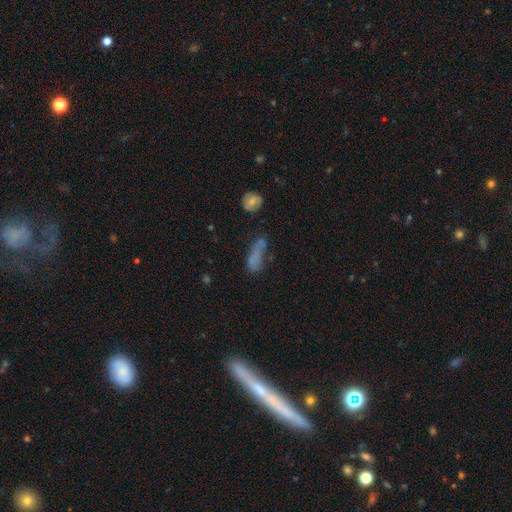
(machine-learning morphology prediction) type=smooth (58%); roundness=in between (61%); merging=none (38%).